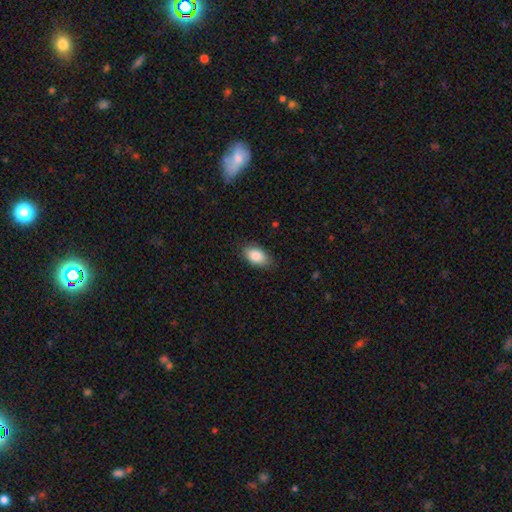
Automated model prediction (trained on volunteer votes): Smooth or featured?
  - smooth: 86% *
  - star or artifact: 7%
  - featured or disk: 7%
How rounded?
  - in between: 92% *
  - round: 6%
  - cigar-shaped: 2%
Merging?
  - none: 82% *
  - minor disturbance: 14%
  - major disturbance: 3%
  - merger: 1%